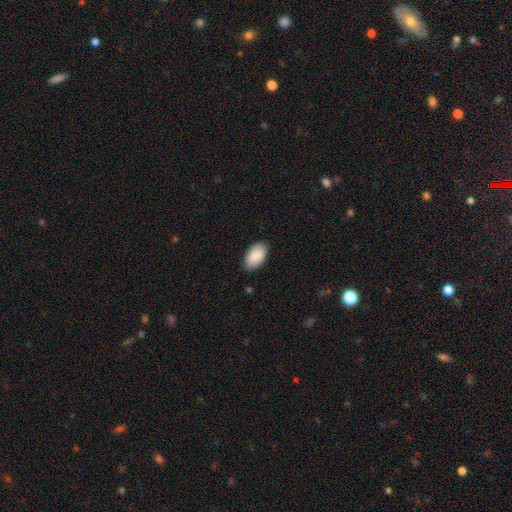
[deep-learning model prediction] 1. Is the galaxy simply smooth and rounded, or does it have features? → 89% smooth, 6% star or artifact, 5% featured or disk.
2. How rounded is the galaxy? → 96% in between, 3% round, 1% cigar-shaped.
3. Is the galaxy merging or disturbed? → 85% none, 12% minor disturbance, 2% major disturbance, 1% merger.